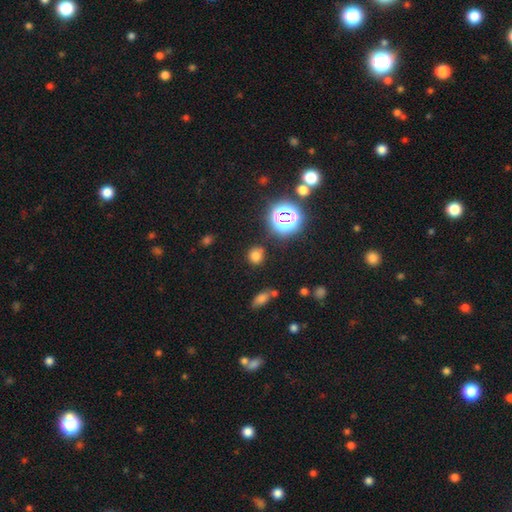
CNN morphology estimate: smooth 71%, star or artifact 23%, featured or disk 7%. Down the decision tree: how rounded — round (83%); merging — none (79%).